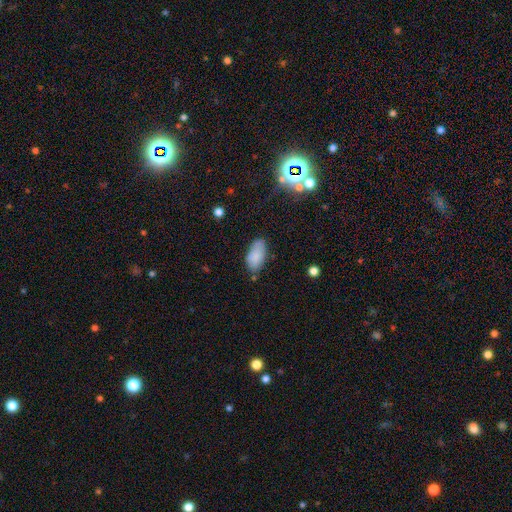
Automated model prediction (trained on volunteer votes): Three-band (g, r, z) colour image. It shows a smooth galaxy with no disk features (84%) that is in between round and cigar-shaped (93%). Merging: none (68%).